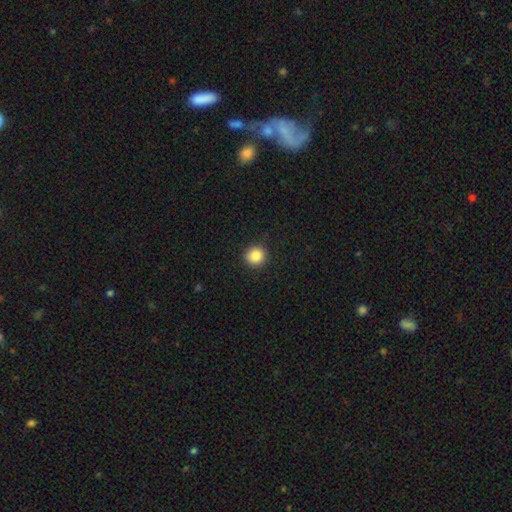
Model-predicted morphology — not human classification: Smooth or featured?
  - smooth: 86% *
  - star or artifact: 10%
  - featured or disk: 4%
How rounded?
  - round: 91% *
  - in between: 8%
  - cigar-shaped: 1%
Merging?
  - none: 91% *
  - minor disturbance: 6%
  - major disturbance: 2%
  - merger: 1%